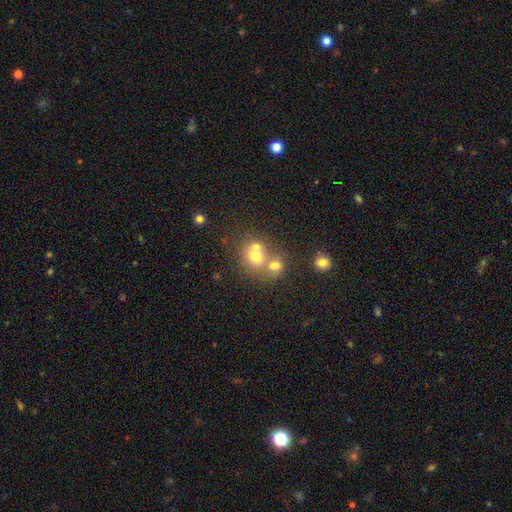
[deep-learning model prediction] Q: Smooth or featured?
A: smooth (66%); runner-up: featured or disk (19%)
Q: How rounded?
A: round (74%); runner-up: in between (25%)
Q: Merging?
A: merger (57%); runner-up: none (33%)